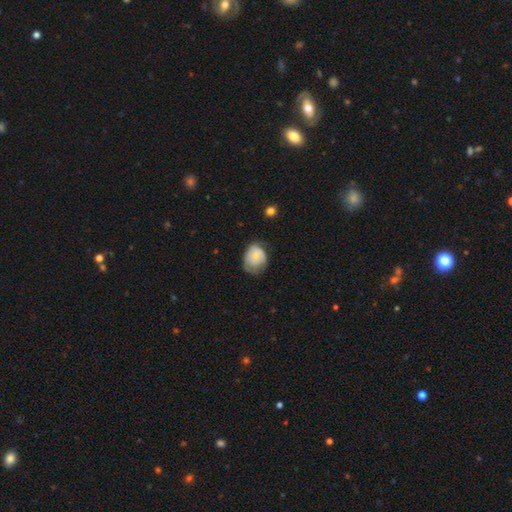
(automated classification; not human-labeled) Smooth or featured: smooth — 57% (featured or disk — 36%)
How rounded: in between — 51% (round — 48%)
Merging: none — 46% (minor disturbance — 36%)